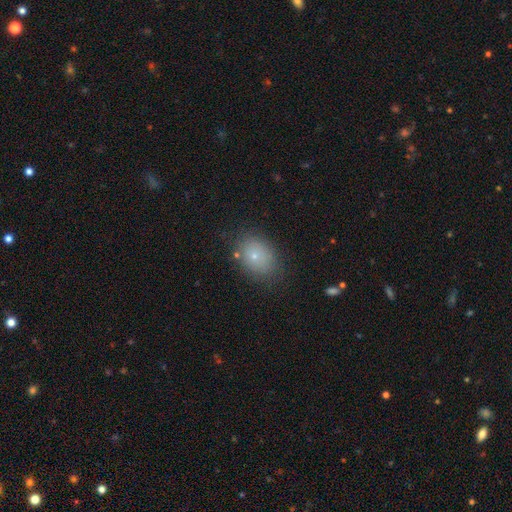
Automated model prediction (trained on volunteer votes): Smooth or featured: smooth — 74% (featured or disk — 14%)
How rounded: in between — 63% (round — 36%)
Merging: none — 79% (minor disturbance — 14%)